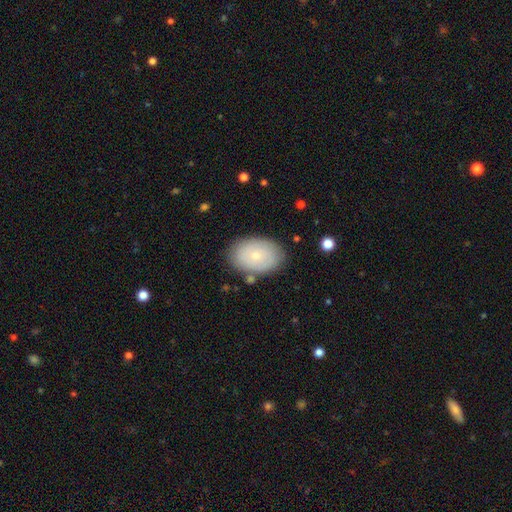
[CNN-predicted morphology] Overall: smooth (66%; featured or disk 28%). How rounded: in between (86%). Merging: none (81%).